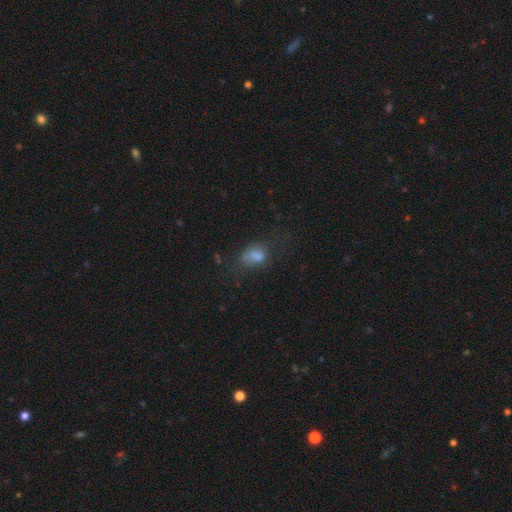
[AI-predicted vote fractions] Smooth or featured? Predicted: smooth (p=0.65). How rounded? Predicted: in between (p=0.71). Merging? Predicted: none (p=0.42).